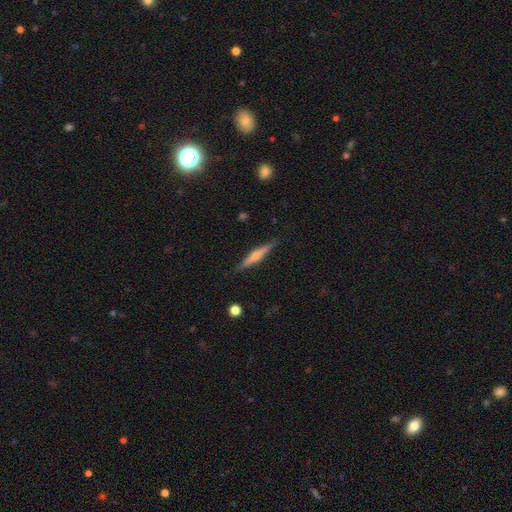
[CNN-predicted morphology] Q: Smooth or featured?
A: featured or disk (53%); runner-up: smooth (41%)
Q: Edge-on disk?
A: yes (96%); runner-up: no (4%)
Q: Edge-on bulge?
A: rounded (65%); runner-up: none (25%)
Q: Merging?
A: none (87%); runner-up: minor disturbance (9%)